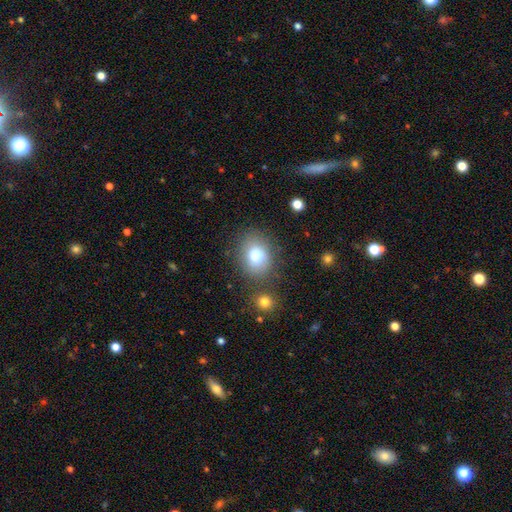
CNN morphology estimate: Q: Smooth or featured?
A: smooth (81%); runner-up: featured or disk (11%)
Q: How rounded?
A: in between (55%); runner-up: round (44%)
Q: Merging?
A: none (72%); runner-up: minor disturbance (15%)